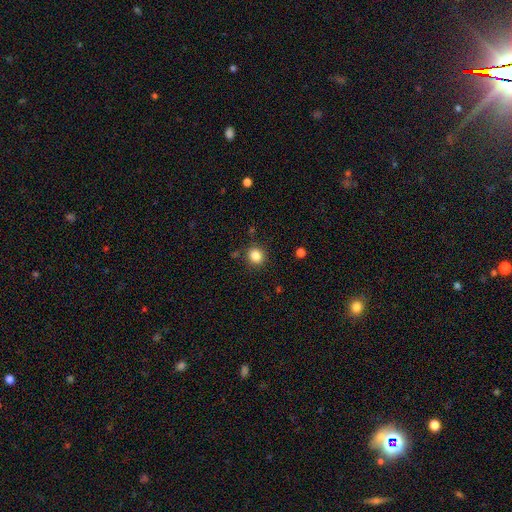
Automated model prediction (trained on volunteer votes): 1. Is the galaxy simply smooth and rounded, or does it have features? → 85% smooth, 11% star or artifact, 4% featured or disk.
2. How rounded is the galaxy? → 82% round, 17% in between, 1% cigar-shaped.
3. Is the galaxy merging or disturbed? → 87% none, 8% minor disturbance, 3% major disturbance, 2% merger.